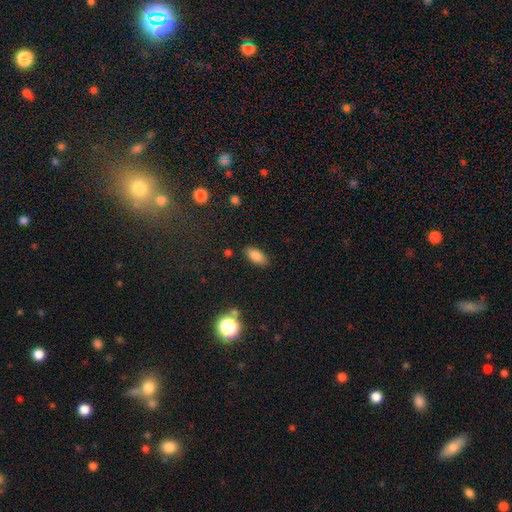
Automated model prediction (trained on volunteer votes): smooth-or-featured: smooth: 83% | star or artifact: 10% | featured or disk: 8%
  how-rounded: in between: 88% | cigar-shaped: 8% | round: 4%
  merging: none: 86% | minor disturbance: 10% | major disturbance: 2% | merger: 2%